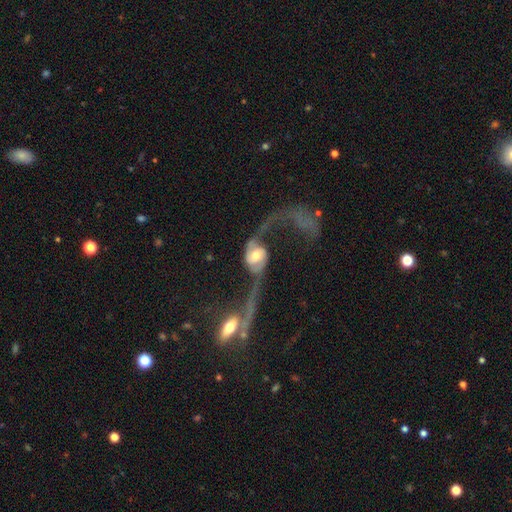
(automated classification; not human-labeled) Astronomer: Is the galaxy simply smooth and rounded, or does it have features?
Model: featured or disk — 82%.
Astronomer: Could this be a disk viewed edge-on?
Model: no — 95%.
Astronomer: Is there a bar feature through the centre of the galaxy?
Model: no — 50% (runner-up: weak, 33%).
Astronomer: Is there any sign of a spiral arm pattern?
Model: yes — 91%.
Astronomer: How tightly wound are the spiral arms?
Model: loose — 83%.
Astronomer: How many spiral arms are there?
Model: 2 — 89%.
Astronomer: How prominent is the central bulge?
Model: moderate — 59%.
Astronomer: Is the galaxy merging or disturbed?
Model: major disturbance — 34% (runner-up: merger, 33%).